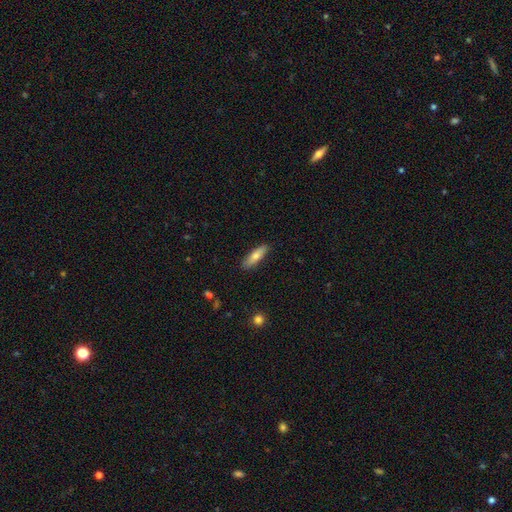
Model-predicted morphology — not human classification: Overall: smooth (66%; featured or disk 28%). How rounded: cigar-shaped (66%; in between 32%). Merging: none (88%).